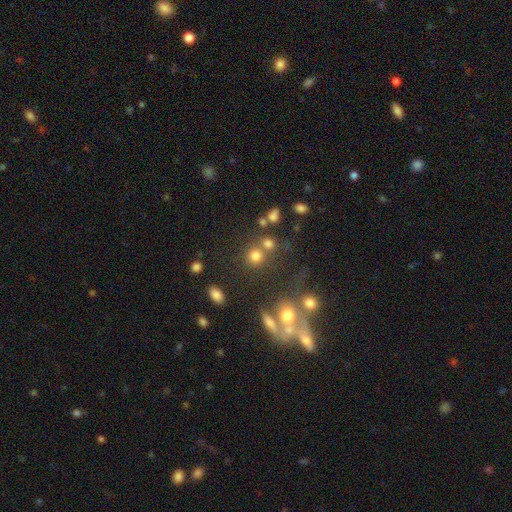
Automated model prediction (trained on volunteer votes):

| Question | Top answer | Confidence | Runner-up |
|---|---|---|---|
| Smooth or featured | smooth | 74% | star or artifact (17%) |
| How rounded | round | 85% | in between (13%) |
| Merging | none | 59% | merger (26%) |